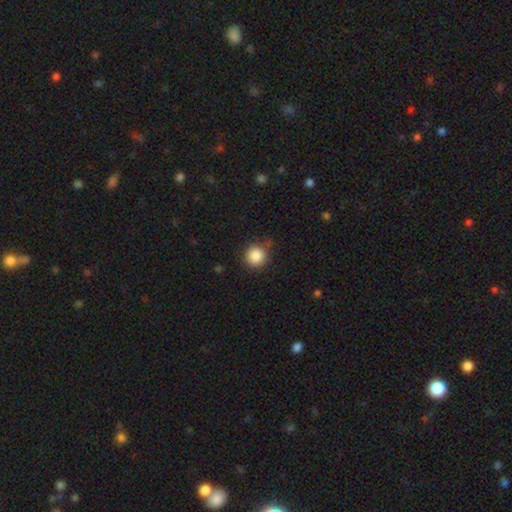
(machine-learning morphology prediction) Smooth or featured? Predicted: smooth (p=0.86). How rounded? Predicted: round (p=0.94). Merging? Predicted: none (p=0.82).